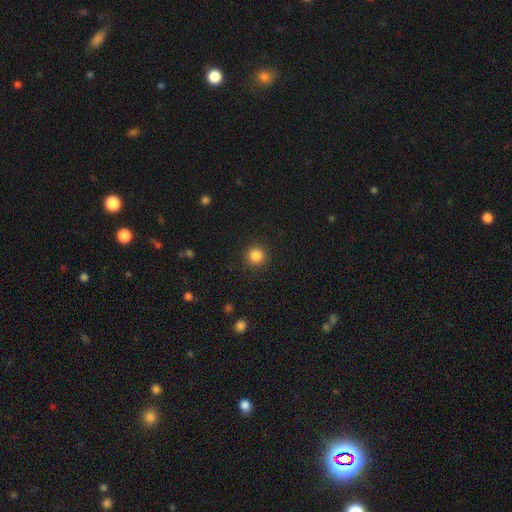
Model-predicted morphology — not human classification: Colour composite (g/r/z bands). It shows a smooth galaxy with no disk features (85%) that is round (94%). Merging: none (91%).